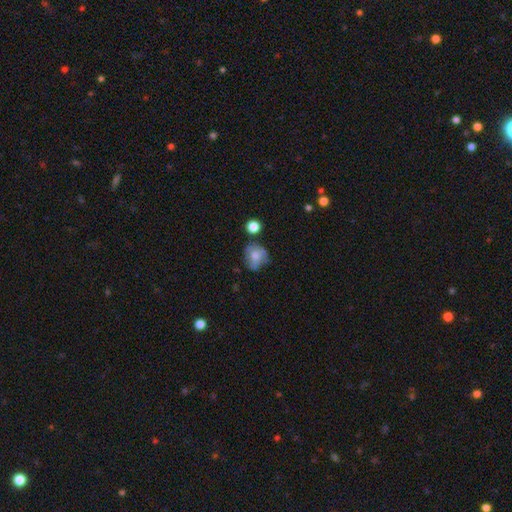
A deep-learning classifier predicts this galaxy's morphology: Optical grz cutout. It shows a smooth galaxy with no disk features (62%) that is round (63%). Merging: none (50%).